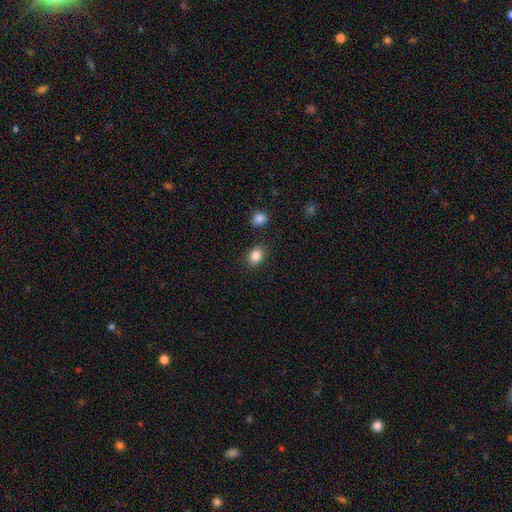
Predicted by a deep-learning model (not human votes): Overall: smooth (85%). How rounded: round (53%; in between 46%). Merging: none (85%).